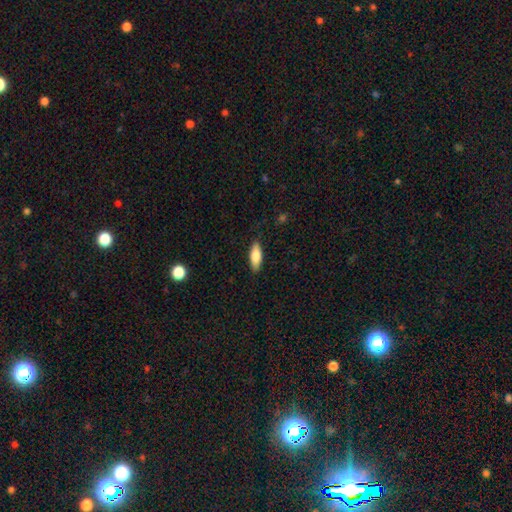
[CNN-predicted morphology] The model was most divided on "how rounded": in between: 70%, cigar-shaped: 28%, round: 2%. More confident: merging — none (87%); smooth or featured — smooth (78%).